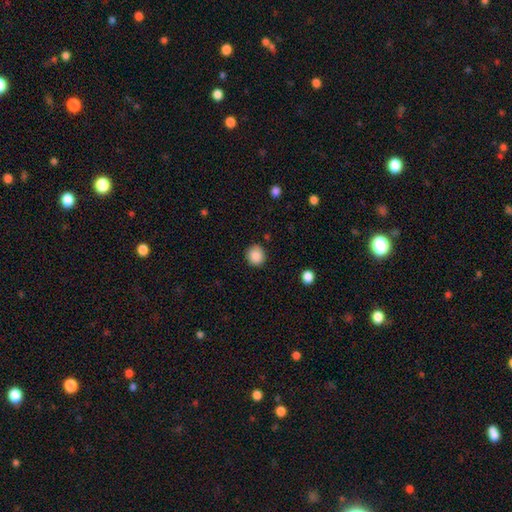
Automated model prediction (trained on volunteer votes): smooth_or_featured: smooth (p=0.88) [alt: star or artifact p=0.09]
how_rounded: round (p=0.88) [alt: in between p=0.12]
merging: none (p=0.88) [alt: minor disturbance p=0.08]